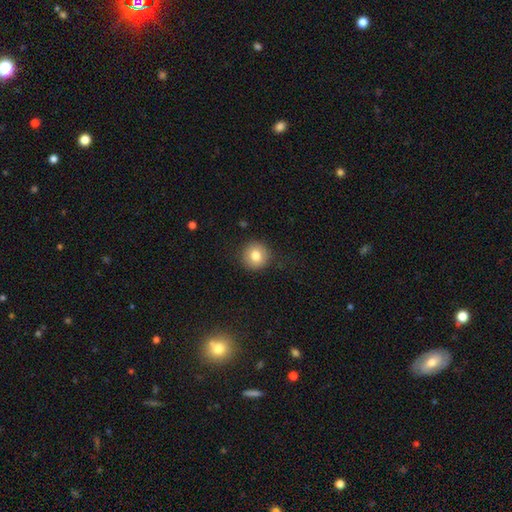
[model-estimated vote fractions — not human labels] Overall: smooth (79%). How rounded: round (94%). Merging: none (89%).